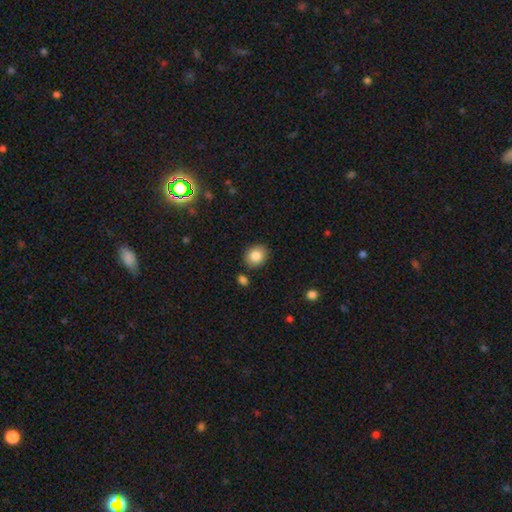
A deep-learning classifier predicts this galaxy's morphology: The model was most divided on "how rounded": round: 59%, in between: 40%, cigar-shaped: 1%. More confident: merging — none (85%); smooth or featured — smooth (85%).